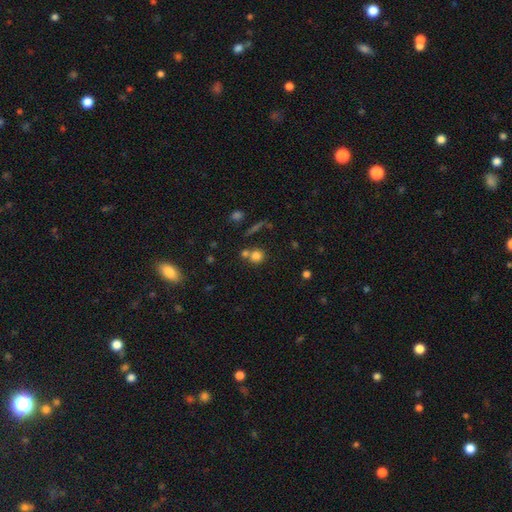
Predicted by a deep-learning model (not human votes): The model was most divided on "merging": none: 56%, merger: 31%, minor disturbance: 8%, major disturbance: 4%. More confident: how rounded — round (87%); smooth or featured — smooth (77%).